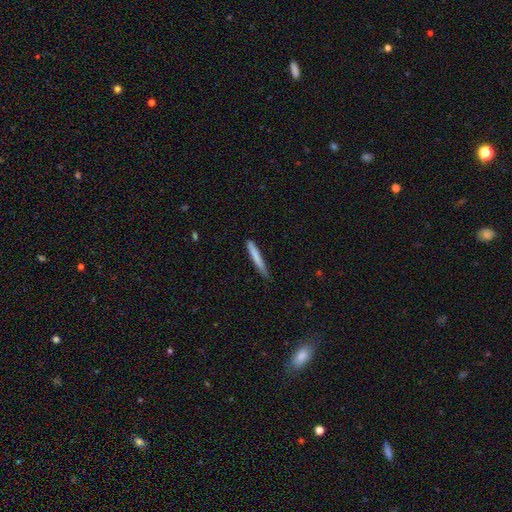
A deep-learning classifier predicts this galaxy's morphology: Smooth or featured? Predicted: smooth (p=0.77). How rounded? Predicted: cigar-shaped (p=0.95). Merging? Predicted: none (p=0.74).